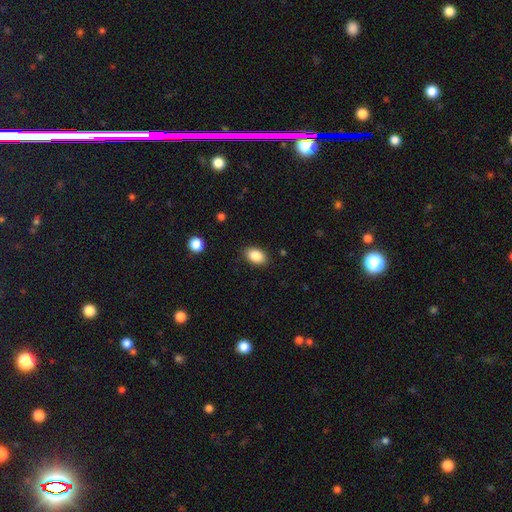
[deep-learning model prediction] smooth_or_featured: smooth (p=0.87) [alt: star or artifact p=0.08]
how_rounded: in between (p=0.87) [alt: round p=0.12]
merging: none (p=0.87) [alt: minor disturbance p=0.10]